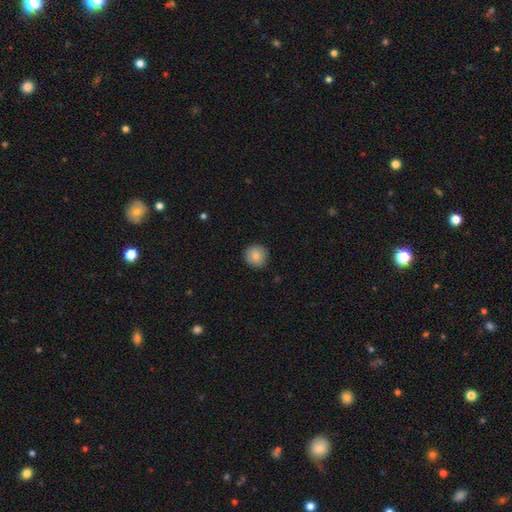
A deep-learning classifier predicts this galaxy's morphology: type=smooth (84%); roundness=round (93%); merging=none (88%).